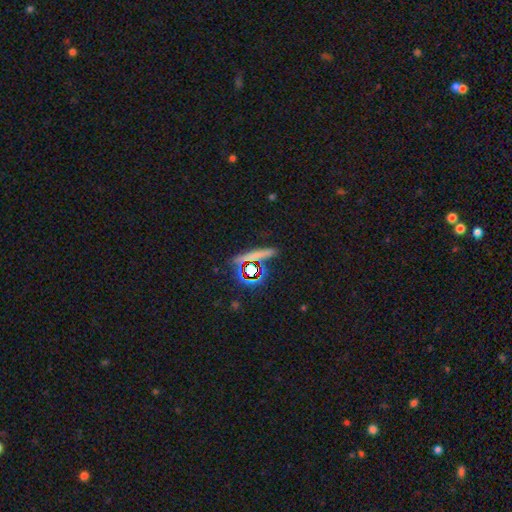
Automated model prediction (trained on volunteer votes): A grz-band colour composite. It shows a star or artifact, not a galaxy (43%).